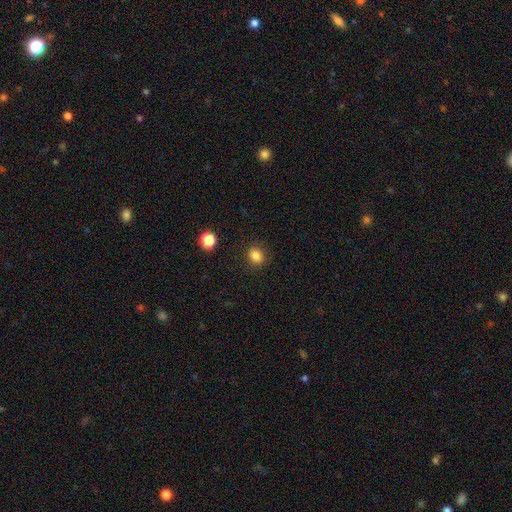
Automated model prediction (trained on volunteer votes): Overall: smooth (84%). How rounded: round (67%; in between 32%). Merging: none (87%).